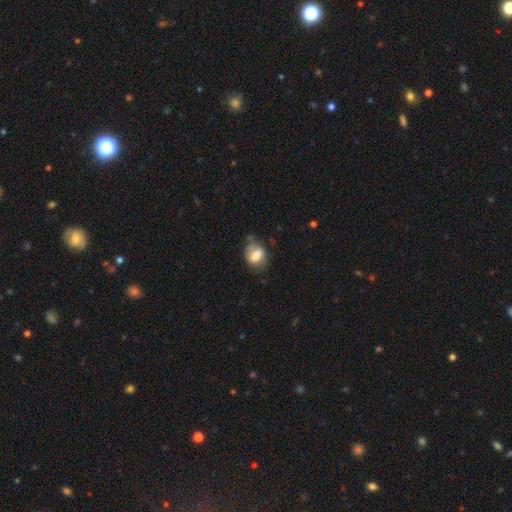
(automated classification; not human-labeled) Smooth or featured? Predicted: smooth (p=0.59). How rounded? Predicted: in between (p=0.70). Merging? Predicted: none (p=0.49).